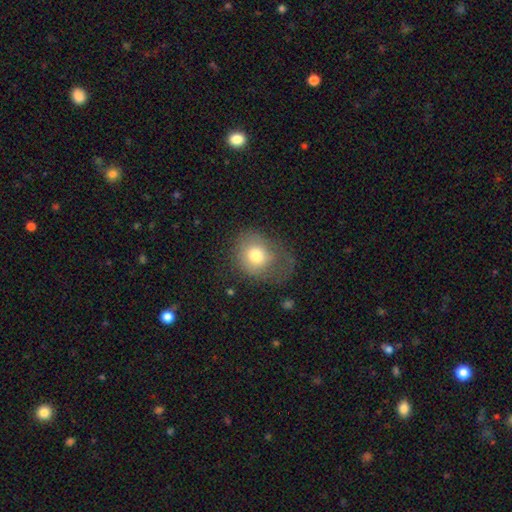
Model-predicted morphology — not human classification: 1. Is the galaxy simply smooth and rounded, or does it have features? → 71% smooth, 19% featured or disk, 9% star or artifact.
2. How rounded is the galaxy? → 58% round, 41% in between, 1% cigar-shaped.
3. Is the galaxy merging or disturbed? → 36% none, 35% major disturbance, 27% minor disturbance, 2% merger.